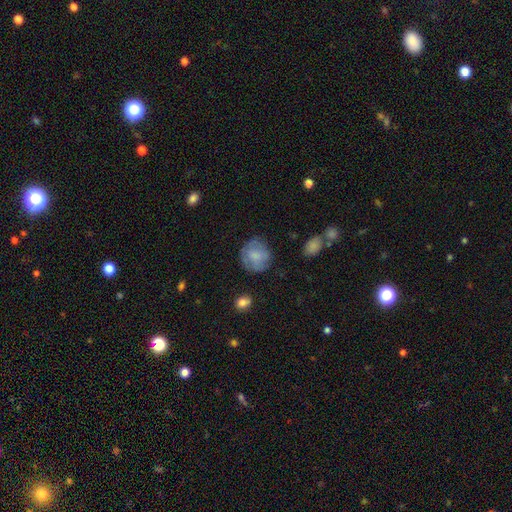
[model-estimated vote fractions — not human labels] Morphology: type=smooth (67%); roundness=round (84%); merging=none (70%).